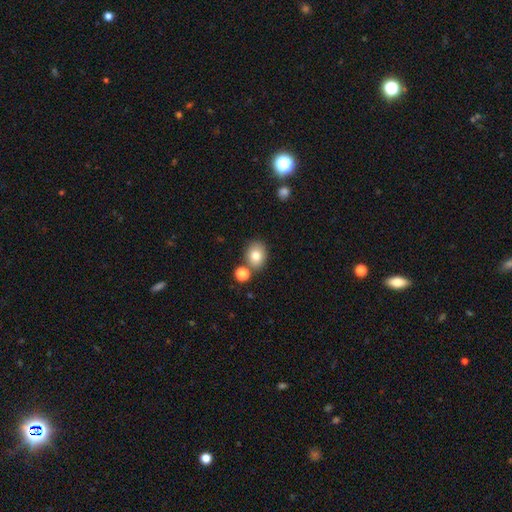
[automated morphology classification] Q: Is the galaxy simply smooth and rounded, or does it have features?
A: smooth — 78%.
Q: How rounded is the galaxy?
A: round — 50%.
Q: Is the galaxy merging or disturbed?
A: none — 71%.